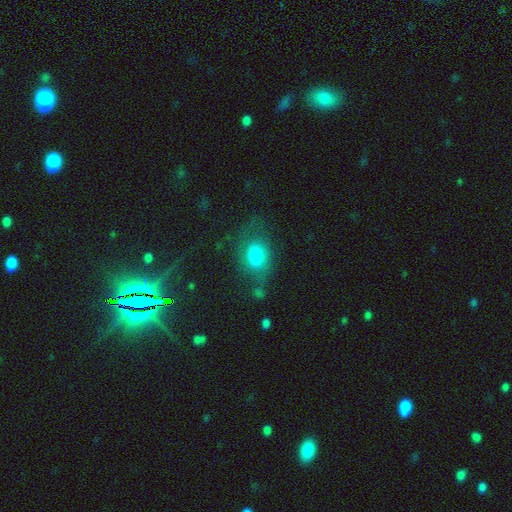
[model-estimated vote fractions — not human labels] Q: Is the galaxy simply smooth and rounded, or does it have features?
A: smooth — 70%.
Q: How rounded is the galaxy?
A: in between — 71%.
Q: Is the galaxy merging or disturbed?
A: none — 51%.